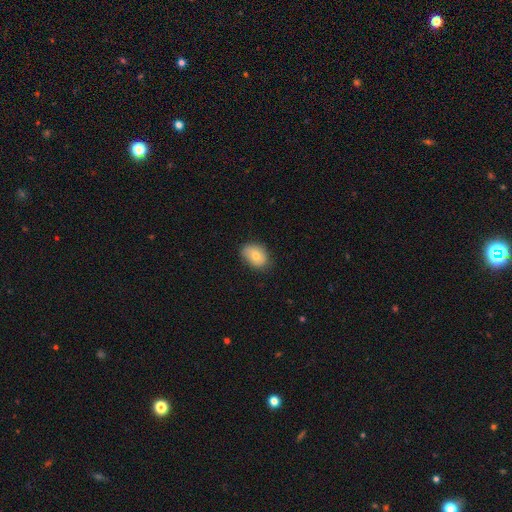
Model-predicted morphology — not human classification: This is likely a smooth galaxy (73%). How rounded: likely in between (74%). Merging: likely none (77%).